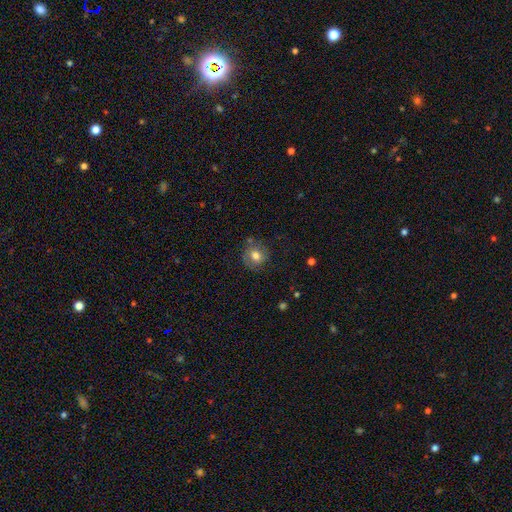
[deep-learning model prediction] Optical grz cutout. It shows a smooth galaxy with no disk features (73%) that is round (86%). Merging: none (75%).